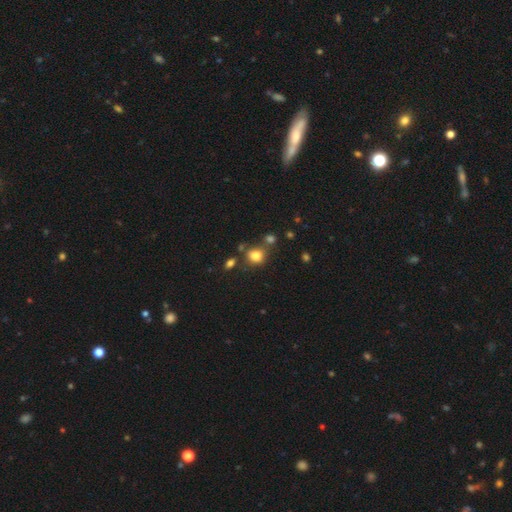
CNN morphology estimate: The model was most divided on "how rounded": round: 59%, in between: 39%, cigar-shaped: 1%. More confident: smooth or featured — smooth (80%); merging — none (63%).